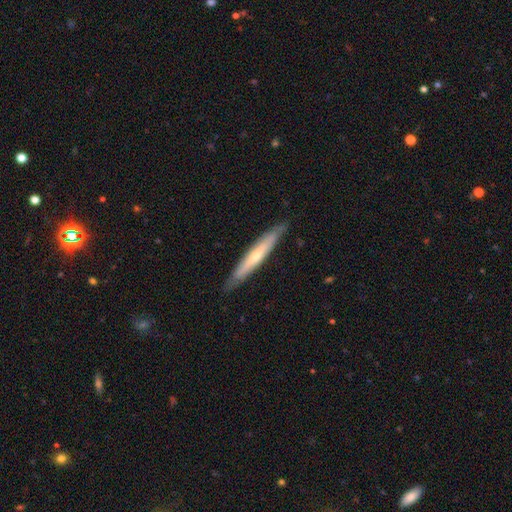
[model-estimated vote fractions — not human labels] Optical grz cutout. It shows a featured or disk galaxy (54%) viewed edge-on (87%). Merging: none (86%).